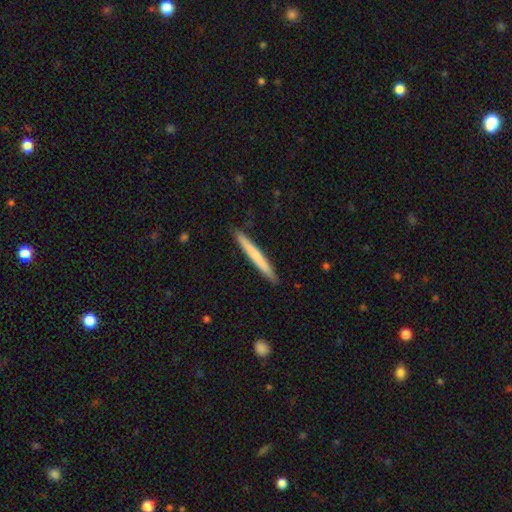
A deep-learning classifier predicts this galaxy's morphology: Smooth or featured?
  - smooth: 64% *
  - featured or disk: 31%
  - star or artifact: 5%
How rounded?
  - cigar-shaped: 97% *
  - in between: 2%
  - round: 1%
Merging?
  - none: 90% *
  - minor disturbance: 7%
  - major disturbance: 1%
  - merger: 1%